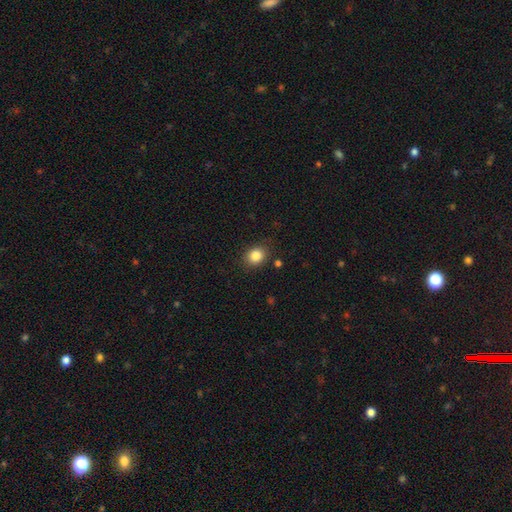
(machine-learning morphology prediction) smooth 85%, star or artifact 10%, featured or disk 6%. Down the decision tree: how rounded — round (57%); merging — none (85%).